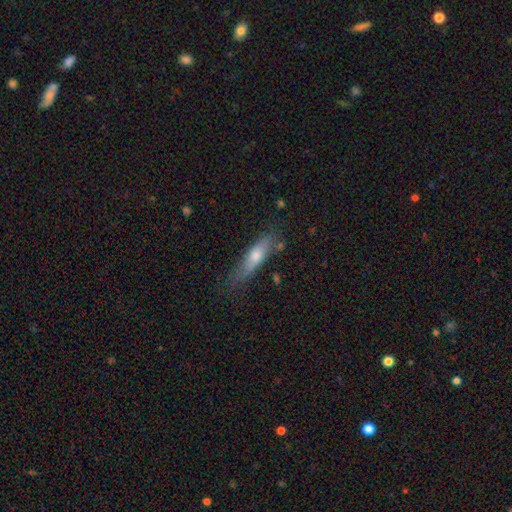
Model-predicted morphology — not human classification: A smooth galaxy with no disk features (57%) that is cigar-shaped (72%). Merging: none (66%).